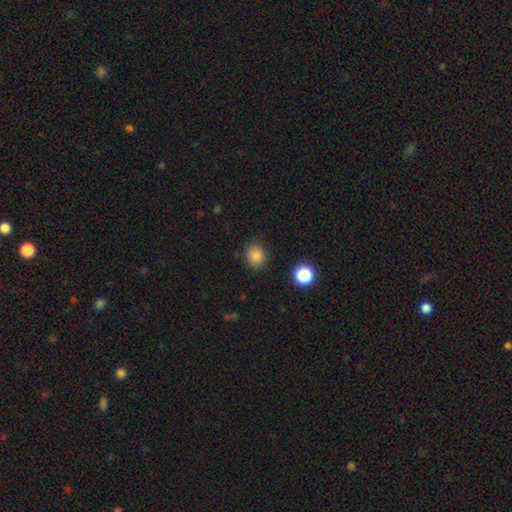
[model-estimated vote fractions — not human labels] smooth 82%, star or artifact 12%, featured or disk 6%. Down the decision tree: how rounded — round (64%); merging — none (87%).